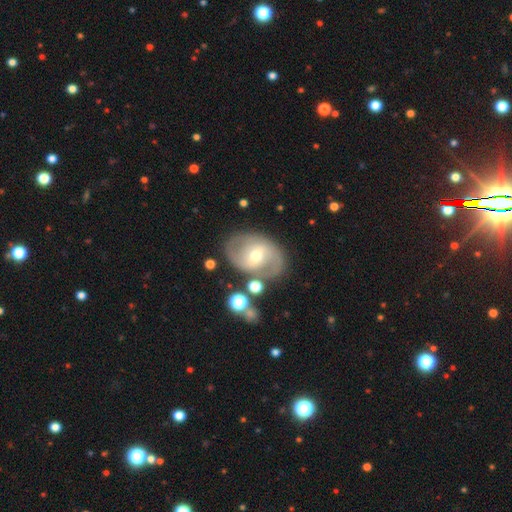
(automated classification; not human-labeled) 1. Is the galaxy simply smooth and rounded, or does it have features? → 77% featured or disk, 17% smooth, 7% star or artifact.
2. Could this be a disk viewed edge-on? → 96% no, 4% yes.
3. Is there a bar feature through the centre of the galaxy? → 48% weak, 31% no, 21% strong.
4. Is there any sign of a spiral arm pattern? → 85% yes, 15% no.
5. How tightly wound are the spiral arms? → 49% medium, 26% tight, 25% loose.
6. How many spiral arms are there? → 84% 2, 9% can't tell, 2% 3, 2% 1, 1% 4, 1% more than 4.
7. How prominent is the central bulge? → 59% moderate, 36% small, 3% large, 1% none, 1% dominant.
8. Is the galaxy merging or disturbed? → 75% none, 14% minor disturbance, 6% major disturbance, 5% merger.